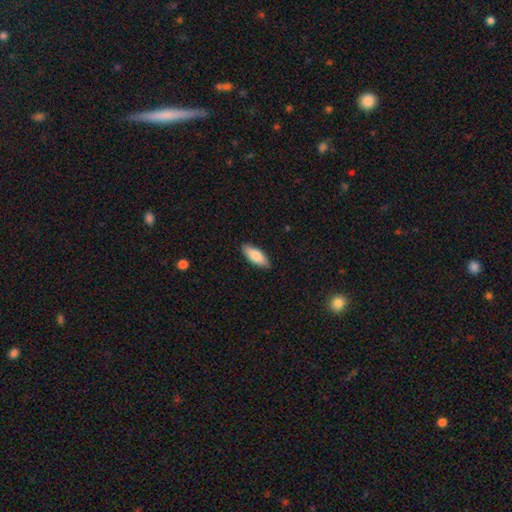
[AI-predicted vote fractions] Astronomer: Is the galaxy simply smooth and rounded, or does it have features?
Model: smooth — 83%.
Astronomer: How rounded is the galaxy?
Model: in between — 78%.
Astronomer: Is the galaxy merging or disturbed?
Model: none — 88%.